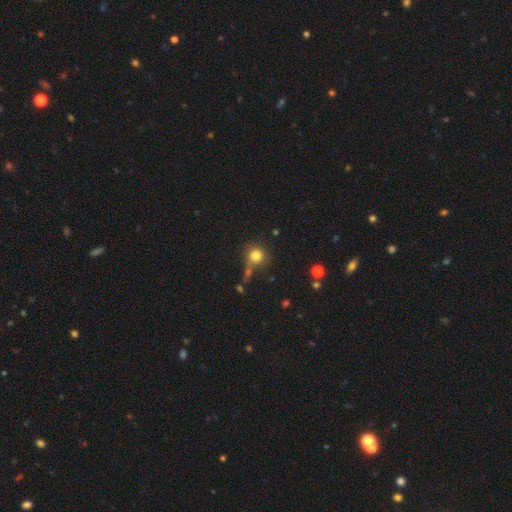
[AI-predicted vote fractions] Smooth or featured?
  - smooth: 79% *
  - star or artifact: 12%
  - featured or disk: 8%
How rounded?
  - round: 91% *
  - in between: 8%
  - cigar-shaped: 1%
Merging?
  - none: 62% *
  - merger: 15%
  - minor disturbance: 15%
  - major disturbance: 8%